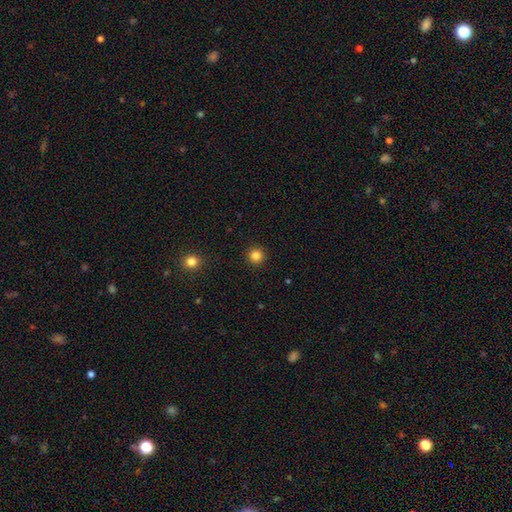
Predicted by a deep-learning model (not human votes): Smooth or featured: smooth — 84% (star or artifact — 12%)
How rounded: round — 95% (in between — 4%)
Merging: none — 93% (minor disturbance — 4%)